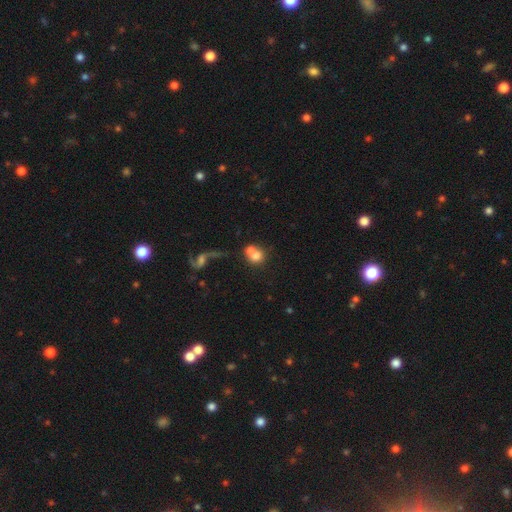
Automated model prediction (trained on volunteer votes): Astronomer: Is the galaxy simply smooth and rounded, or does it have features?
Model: smooth — 69%.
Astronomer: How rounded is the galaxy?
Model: round — 70%.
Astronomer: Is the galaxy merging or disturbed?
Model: merger — 56%.